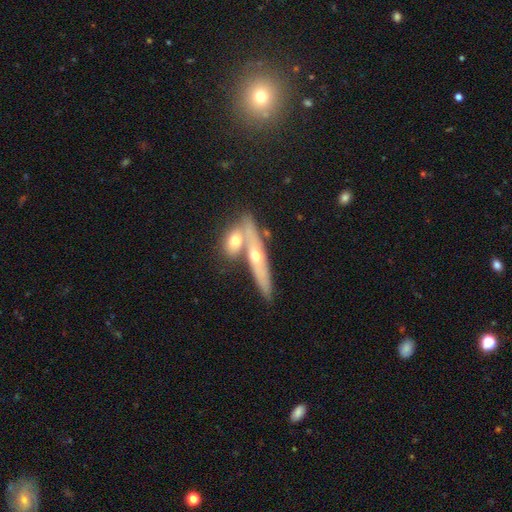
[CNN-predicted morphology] Smooth or featured: featured or disk — 63% (smooth — 28%)
Edge-on disk: yes — 77% (no — 23%)
Merging: none — 54% (merger — 33%)